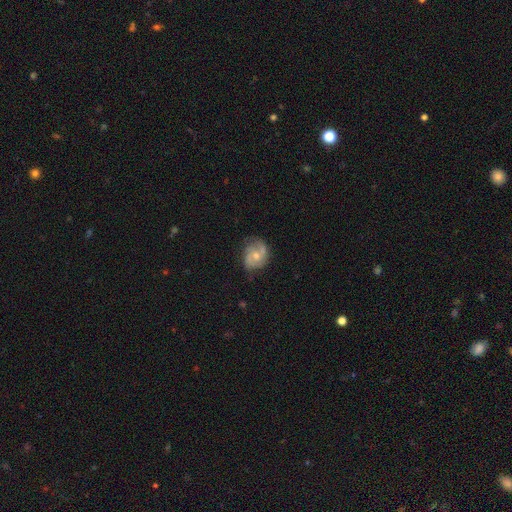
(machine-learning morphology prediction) smooth_or_featured: featured or disk (p=0.73) [alt: smooth p=0.21]
disk_edge_on: no (p=0.98) [alt: yes p=0.02]
bar: no (p=0.66) [alt: weak p=0.29]
has_spiral_arms: yes (p=0.91) [alt: no p=0.09]
spiral_winding: medium (p=0.47) [alt: tight p=0.31]
spiral_arm_count: 2 (p=0.66) [alt: can't tell p=0.14]
bulge_size: moderate (p=0.54) [alt: small p=0.41]
merging: none (p=0.66) [alt: minor disturbance p=0.24]